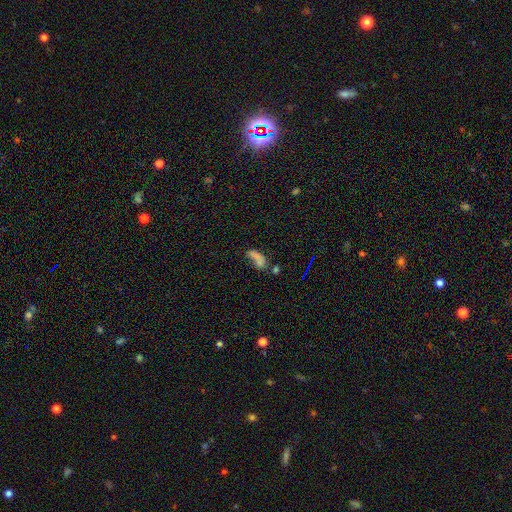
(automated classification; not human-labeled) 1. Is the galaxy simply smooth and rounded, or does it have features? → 58% smooth, 21% featured or disk, 20% star or artifact.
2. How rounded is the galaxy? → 67% in between, 25% cigar-shaped, 8% round.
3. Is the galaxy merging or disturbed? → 32% none, 27% merger, 23% major disturbance, 17% minor disturbance.